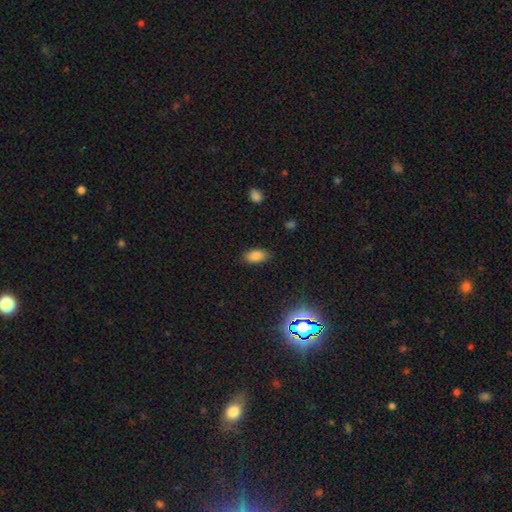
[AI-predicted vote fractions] Q: Smooth or featured?
A: smooth (83%); runner-up: star or artifact (11%)
Q: How rounded?
A: in between (92%); runner-up: round (5%)
Q: Merging?
A: none (83%); runner-up: minor disturbance (13%)